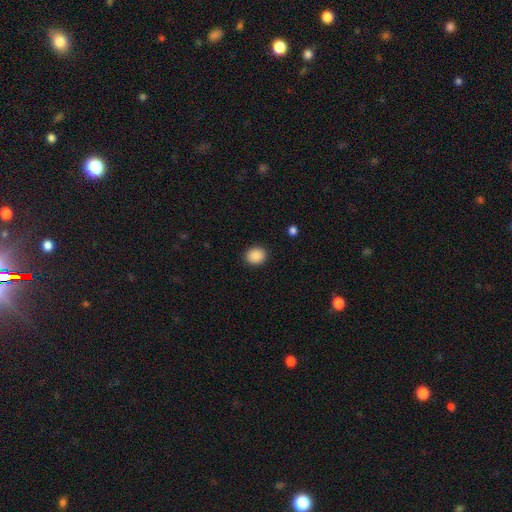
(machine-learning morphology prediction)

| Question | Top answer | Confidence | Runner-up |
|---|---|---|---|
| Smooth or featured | smooth | 88% | star or artifact (9%) |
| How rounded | round | 73% | in between (26%) |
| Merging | none | 90% | minor disturbance (7%) |